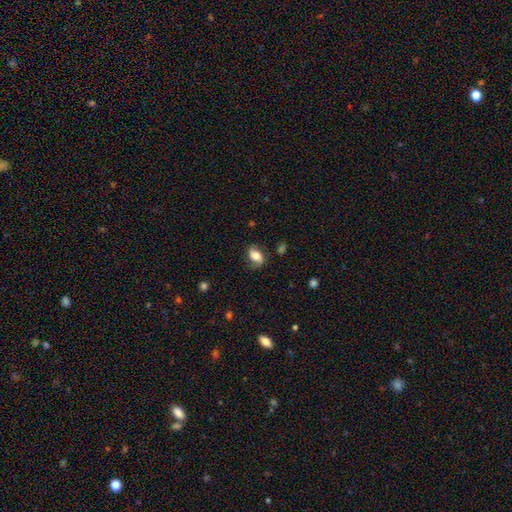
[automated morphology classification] type=smooth (59%); roundness=in between (83%); merging=none (68%).